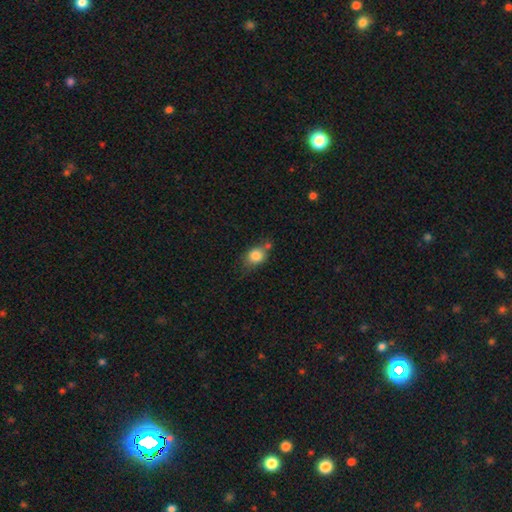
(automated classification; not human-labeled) smooth-or-featured: smooth: 82% | featured or disk: 9% | star or artifact: 9%
  how-rounded: round: 50% | in between: 49% | cigar-shaped: 2%
  merging: none: 53% | minor disturbance: 23% | merger: 17% | major disturbance: 7%